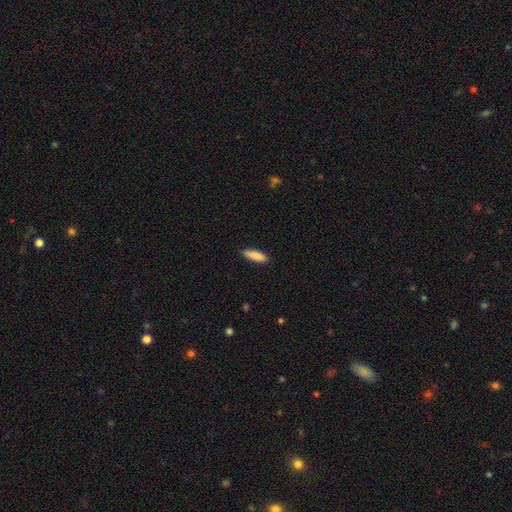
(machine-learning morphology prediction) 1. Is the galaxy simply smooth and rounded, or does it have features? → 87% smooth, 7% featured or disk, 6% star or artifact.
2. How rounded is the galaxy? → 56% cigar-shaped, 42% in between, 2% round.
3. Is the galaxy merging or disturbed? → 88% none, 9% minor disturbance, 2% major disturbance, 1% merger.